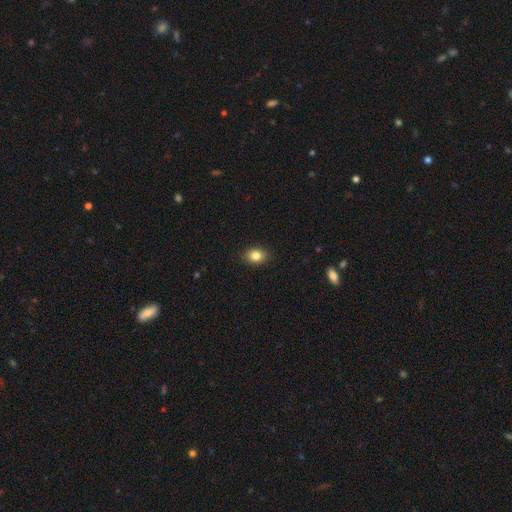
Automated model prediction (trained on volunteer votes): Q: Smooth or featured?
A: smooth (83%); runner-up: star or artifact (10%)
Q: How rounded?
A: in between (66%); runner-up: round (32%)
Q: Merging?
A: none (89%); runner-up: minor disturbance (8%)